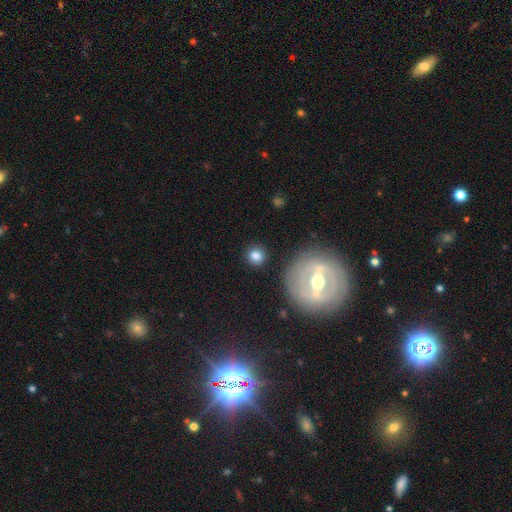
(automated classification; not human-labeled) Smooth or featured: smooth — 76% (featured or disk — 14%)
How rounded: round — 89% (in between — 9%)
Merging: none — 87% (minor disturbance — 7%)